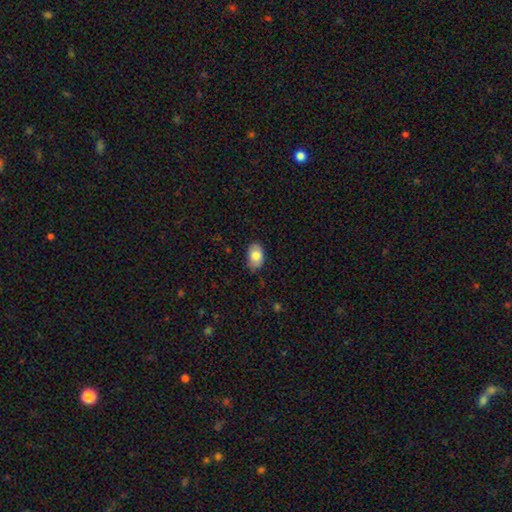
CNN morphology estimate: smooth_or_featured: smooth (p=0.81) [alt: featured or disk p=0.12]
how_rounded: in between (p=0.87) [alt: round p=0.12]
merging: none (p=0.80) [alt: minor disturbance p=0.16]